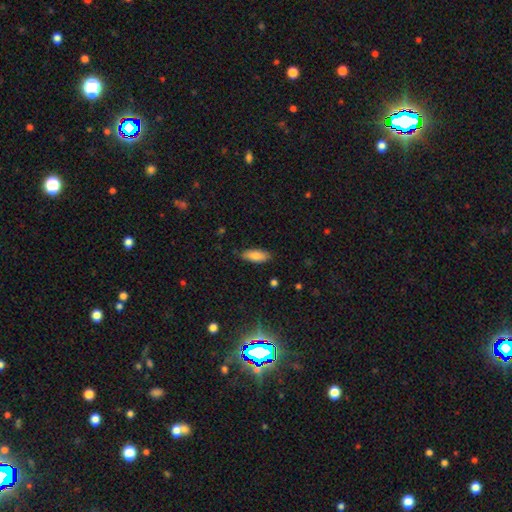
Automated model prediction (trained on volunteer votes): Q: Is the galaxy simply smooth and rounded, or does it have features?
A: smooth — 82%.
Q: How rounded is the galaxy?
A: in between — 78%.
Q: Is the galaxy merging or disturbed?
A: none — 84%.